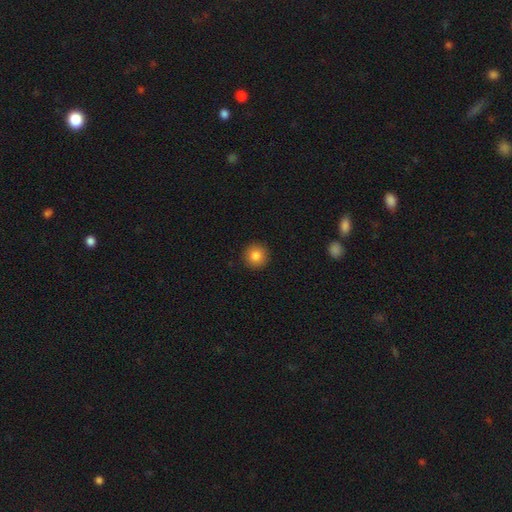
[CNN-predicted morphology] Smooth or featured?
  - smooth: 83% *
  - star or artifact: 10%
  - featured or disk: 7%
How rounded?
  - round: 95% *
  - in between: 4%
  - cigar-shaped: 1%
Merging?
  - none: 93% *
  - minor disturbance: 5%
  - major disturbance: 2%
  - merger: 1%